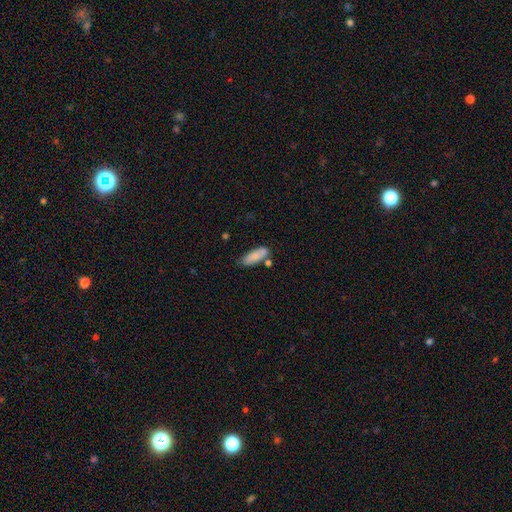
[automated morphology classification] Smooth or featured? Predicted: smooth (p=0.83). How rounded? Predicted: in between (p=0.65). Merging? Predicted: none (p=0.66).